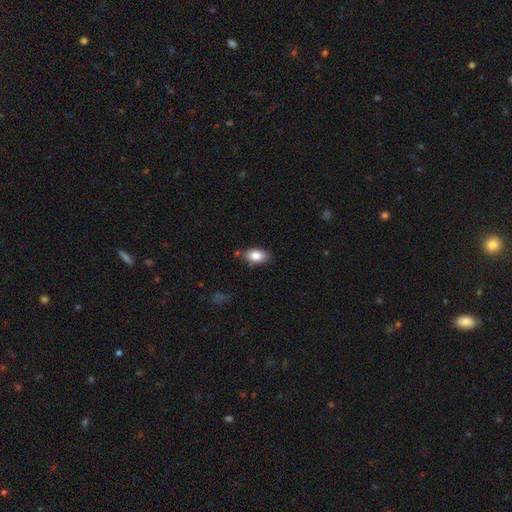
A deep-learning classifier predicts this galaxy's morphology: Overall: smooth (85%). How rounded: in between (91%). Merging: none (79%).